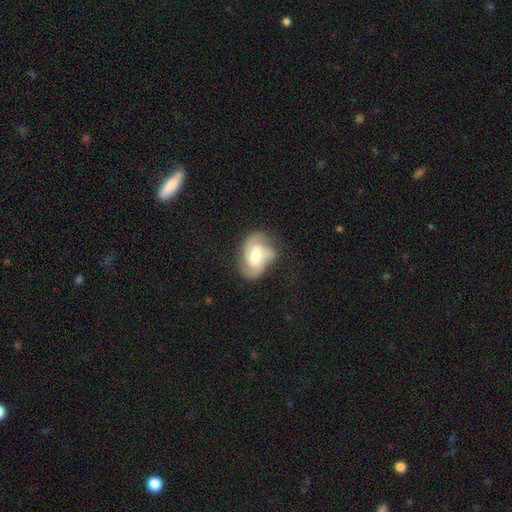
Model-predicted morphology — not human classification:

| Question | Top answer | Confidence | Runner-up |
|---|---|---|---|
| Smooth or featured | featured or disk | 72% | smooth (22%) |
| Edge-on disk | no | 97% | yes (3%) |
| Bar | weak | 45% | no (41%) |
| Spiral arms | yes | 93% | no (7%) |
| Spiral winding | medium | 46% | tight (38%) |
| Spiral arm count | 2 | 39% | 3 (35%) |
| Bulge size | moderate | 67% | small (17%) |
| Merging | none | 64% | minor disturbance (23%) |